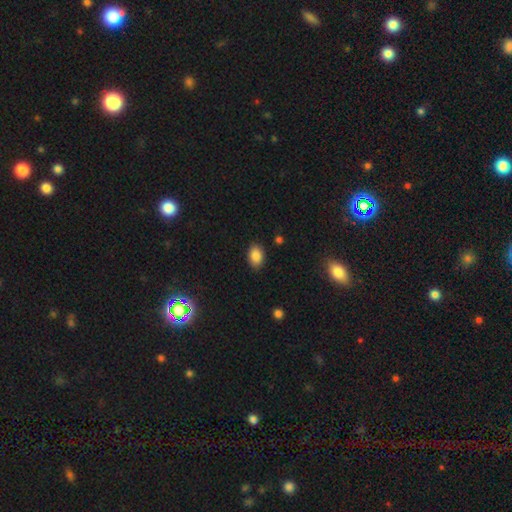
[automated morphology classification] Smooth or featured? Predicted: smooth (p=0.87). How rounded? Predicted: in between (p=0.83). Merging? Predicted: none (p=0.87).